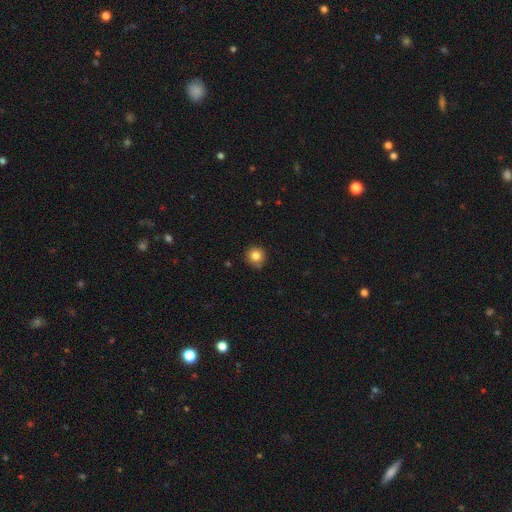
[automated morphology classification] Smooth or featured: smooth — 84% (star or artifact — 10%)
How rounded: round — 93% (in between — 6%)
Merging: none — 82% (minor disturbance — 14%)